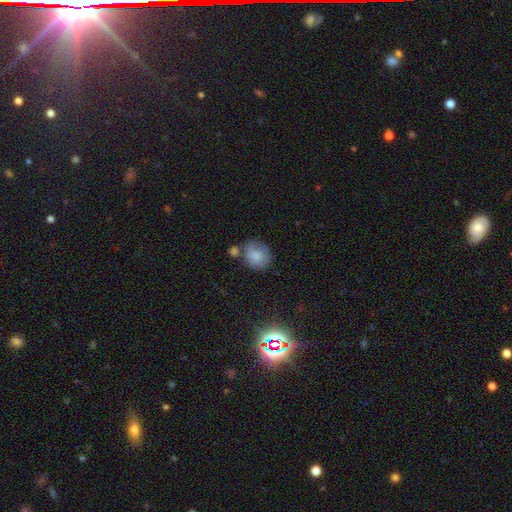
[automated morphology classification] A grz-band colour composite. It shows a smooth galaxy with no disk features (82%) that is round (76%). Merging: none (59%).